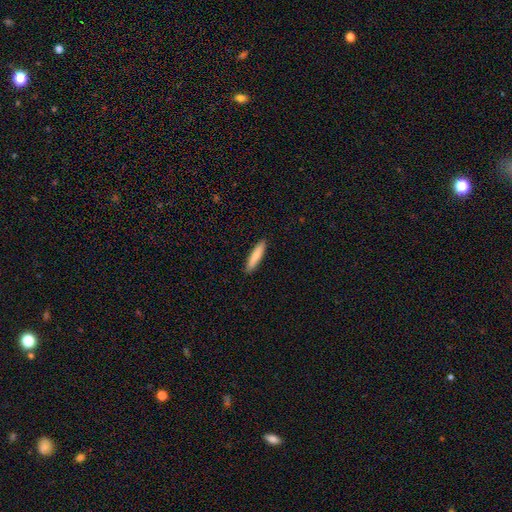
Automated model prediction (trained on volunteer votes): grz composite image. It shows a smooth galaxy with no disk features (83%) that is cigar-shaped (85%). Merging: none (91%).